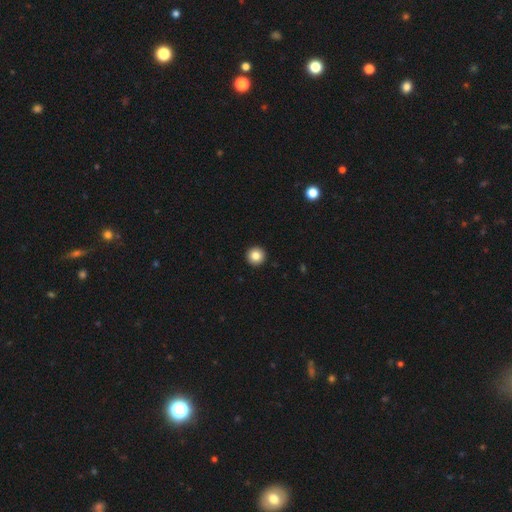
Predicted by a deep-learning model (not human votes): Smooth or featured? smooth (84%)
How rounded? round (96%)
Merging? none (94%)